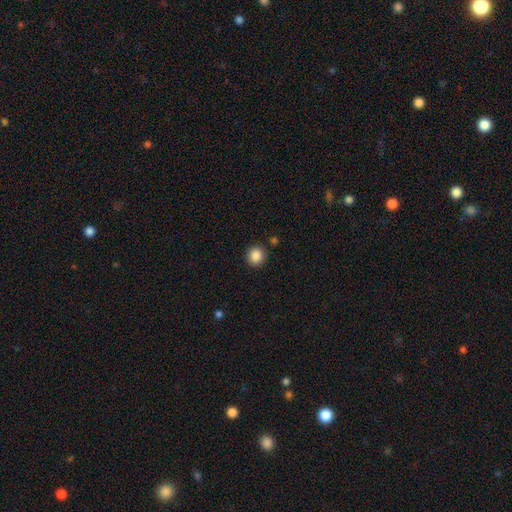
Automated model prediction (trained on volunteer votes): This appears to be a smooth galaxy with no disk features (87%) that is round (90%). Merging: none (89%).